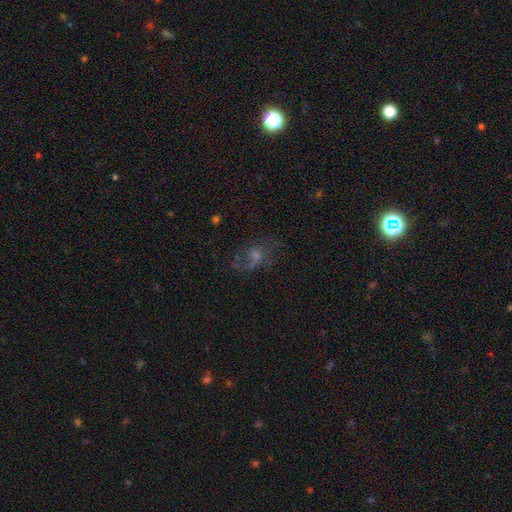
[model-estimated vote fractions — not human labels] This appears to be a featured or disk galaxy (47%). Merging: none (53%).